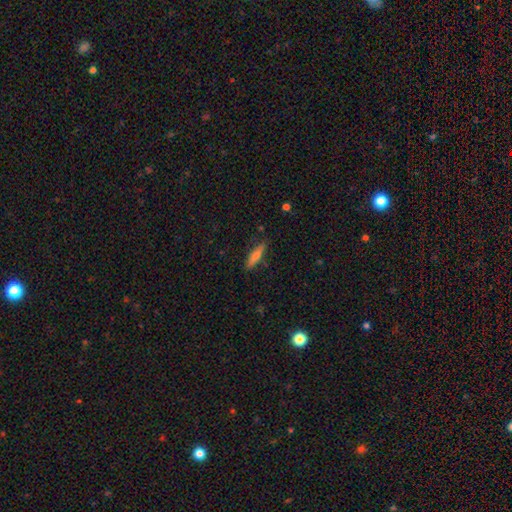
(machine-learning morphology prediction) Smooth or featured? Predicted: smooth (p=0.63). How rounded? Predicted: cigar-shaped (p=0.79). Merging? Predicted: none (p=0.86).